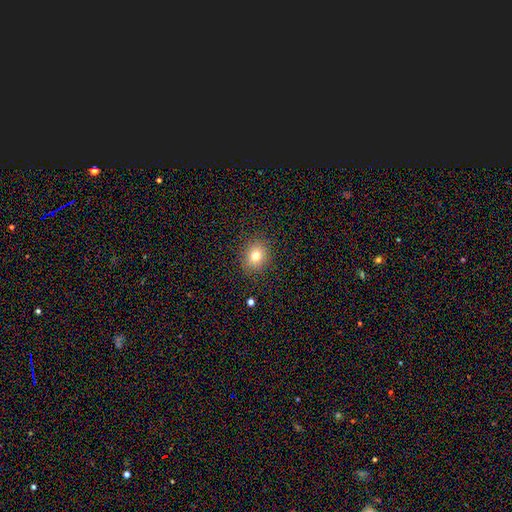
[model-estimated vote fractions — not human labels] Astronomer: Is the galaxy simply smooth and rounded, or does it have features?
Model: smooth — 76%.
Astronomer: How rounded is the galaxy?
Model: round — 68%.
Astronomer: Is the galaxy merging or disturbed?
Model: none — 89%.